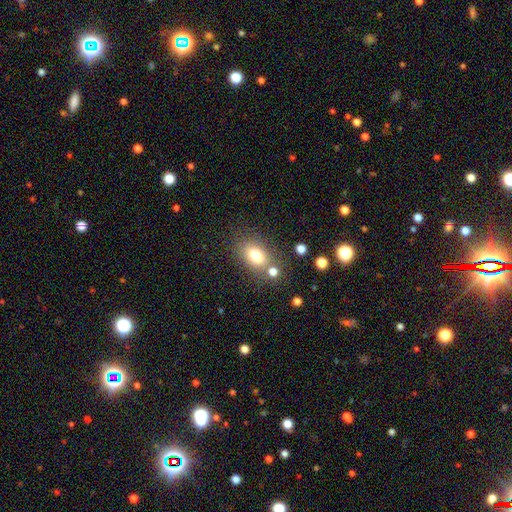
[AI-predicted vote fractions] Morphology: type=smooth (77%); roundness=in between (78%); merging=none (67%).